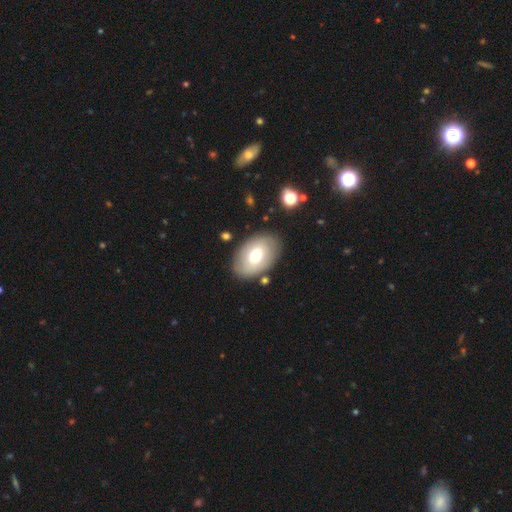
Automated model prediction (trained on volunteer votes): smooth-or-featured: smooth: 63% | featured or disk: 30% | star or artifact: 7%
  how-rounded: in between: 89% | round: 10% | cigar-shaped: 1%
  merging: none: 82% | minor disturbance: 12% | major disturbance: 4% | merger: 3%